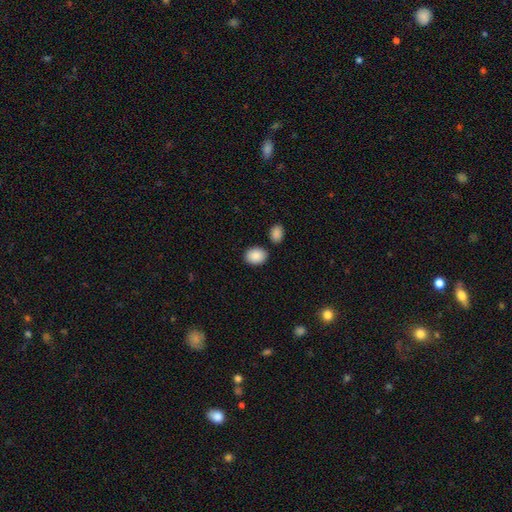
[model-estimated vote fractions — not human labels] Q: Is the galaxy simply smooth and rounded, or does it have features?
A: smooth — 89%.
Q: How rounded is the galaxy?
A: in between — 69%.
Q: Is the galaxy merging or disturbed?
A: none — 82%.